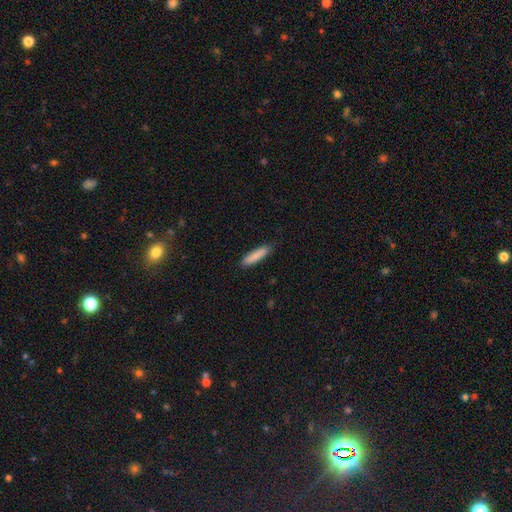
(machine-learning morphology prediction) smooth 86%, featured or disk 8%, star or artifact 6%. Down the decision tree: how rounded — cigar-shaped (82%); merging — none (86%).